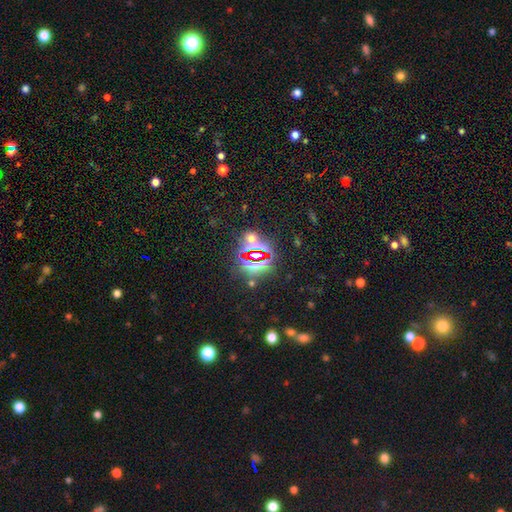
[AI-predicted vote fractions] A star or artifact, not a galaxy (76%).

Vote fractions:
- Smooth or featured? star or artifact: 76% / smooth: 16% / featured or disk: 8%